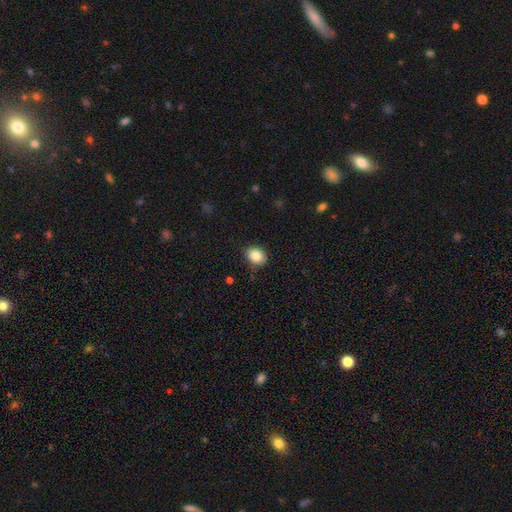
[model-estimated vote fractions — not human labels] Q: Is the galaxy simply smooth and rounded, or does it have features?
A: smooth — 88%.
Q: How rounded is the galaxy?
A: in between — 60%.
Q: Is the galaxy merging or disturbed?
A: none — 84%.